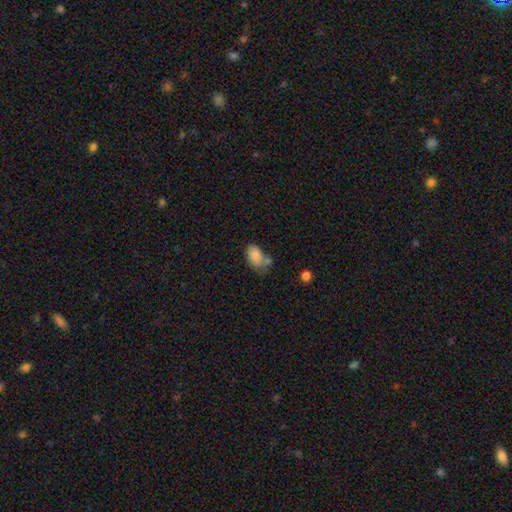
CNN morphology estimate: Overall: smooth (83%). How rounded: in between (90%). Merging: none (41%; minor disturbance 24%).